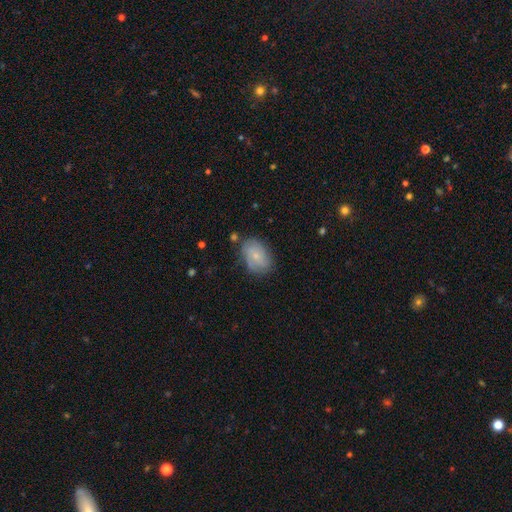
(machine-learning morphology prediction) The model was most divided on "smooth or featured": smooth: 56%, featured or disk: 36%, star or artifact: 8%. More confident: how rounded — in between (85%); merging — none (68%).